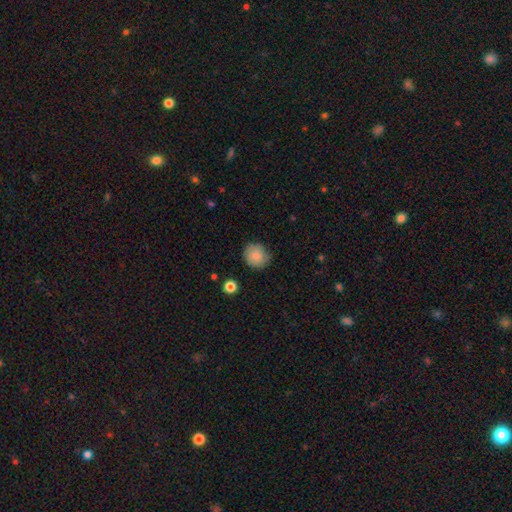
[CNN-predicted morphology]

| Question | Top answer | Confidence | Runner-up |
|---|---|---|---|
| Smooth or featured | smooth | 84% | featured or disk (9%) |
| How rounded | round | 85% | in between (14%) |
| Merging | none | 82% | minor disturbance (14%) |